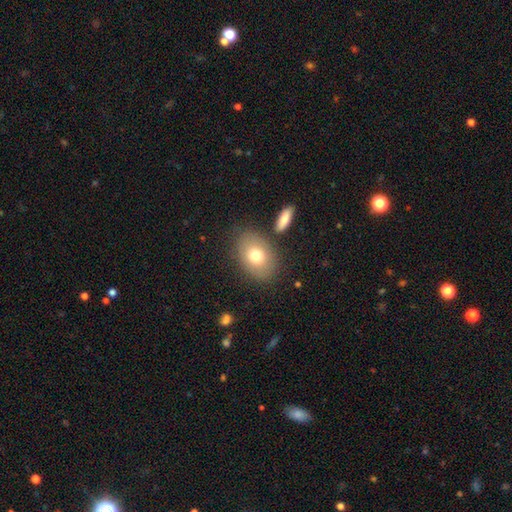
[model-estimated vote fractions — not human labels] smooth_or_featured: smooth (p=0.73) [alt: featured or disk p=0.19]
how_rounded: in between (p=0.77) [alt: round p=0.22]
merging: none (p=0.77) [alt: minor disturbance p=0.12]